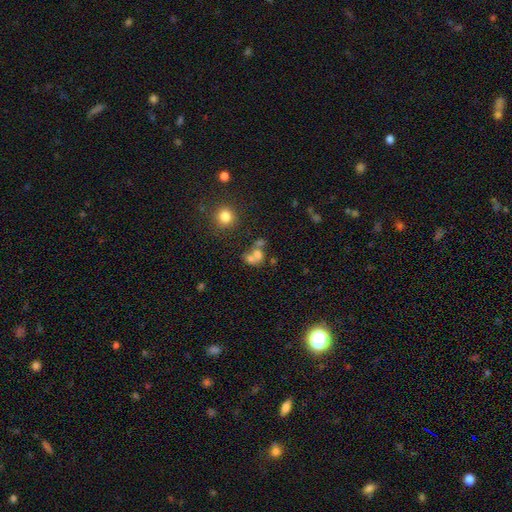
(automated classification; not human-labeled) Smooth or featured: smooth — 64% (featured or disk — 21%)
How rounded: round — 54% (in between — 44%)
Merging: merger — 58% (none — 27%)